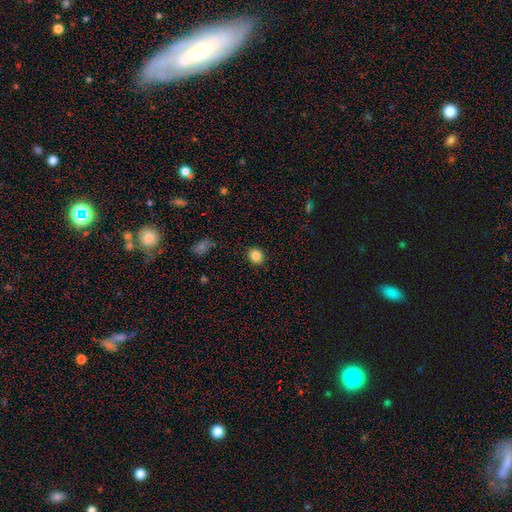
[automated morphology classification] Overall: smooth (86%). How rounded: round (71%). Merging: none (89%).